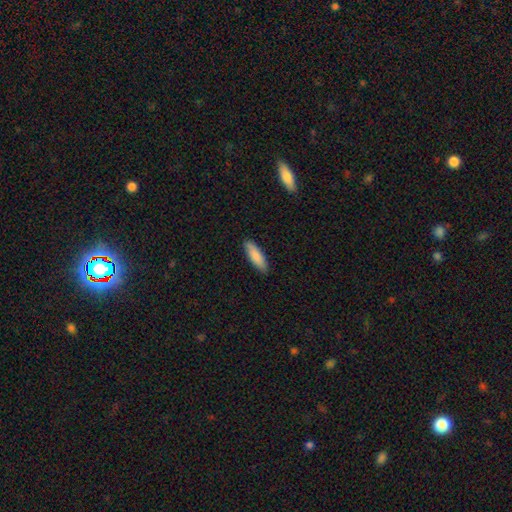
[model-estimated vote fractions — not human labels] This is clearly a smooth galaxy (86%). How rounded: possibly cigar-shaped (53%). Merging: clearly none (89%).